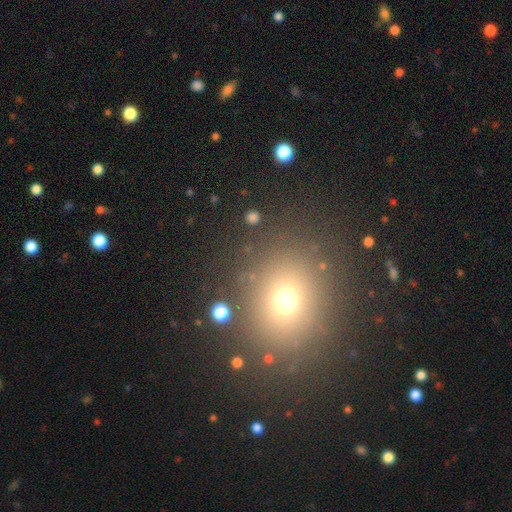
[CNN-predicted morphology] type=smooth (59%); roundness=round (77%); merging=none (87%).